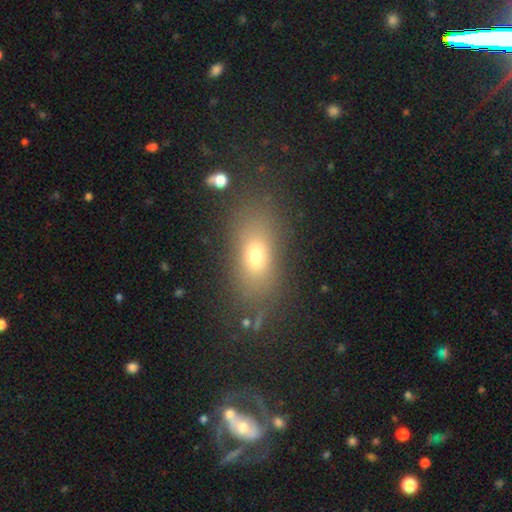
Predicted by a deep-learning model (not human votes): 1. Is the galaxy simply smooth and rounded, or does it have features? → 67% smooth, 17% star or artifact, 17% featured or disk.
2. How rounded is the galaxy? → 77% in between, 12% round, 11% cigar-shaped.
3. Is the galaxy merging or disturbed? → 78% none, 12% minor disturbance, 6% major disturbance, 3% merger.